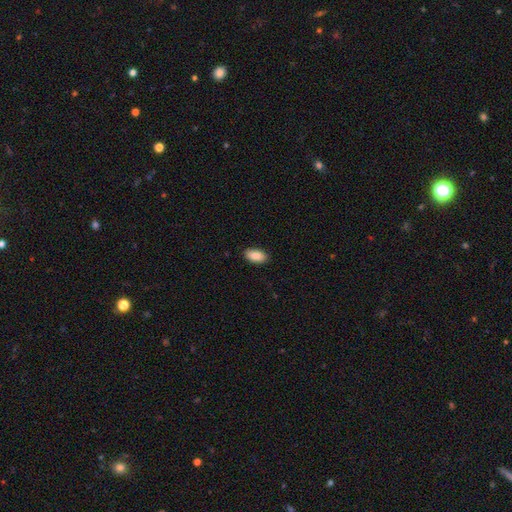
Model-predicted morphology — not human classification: The model was most divided on "merging": none: 89%, minor disturbance: 8%, major disturbance: 2%, merger: 1%. More confident: how rounded — in between (93%); smooth or featured — smooth (90%).